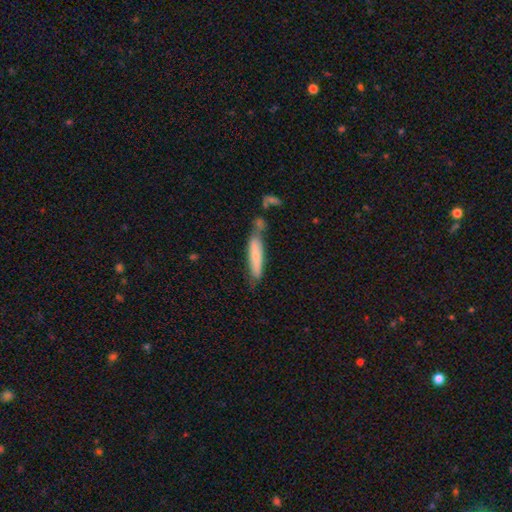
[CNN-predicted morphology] The model was most divided on "merging": none: 54%, merger: 20%, minor disturbance: 20%, major disturbance: 6%. More confident: how rounded — cigar-shaped (86%); smooth or featured — smooth (70%).